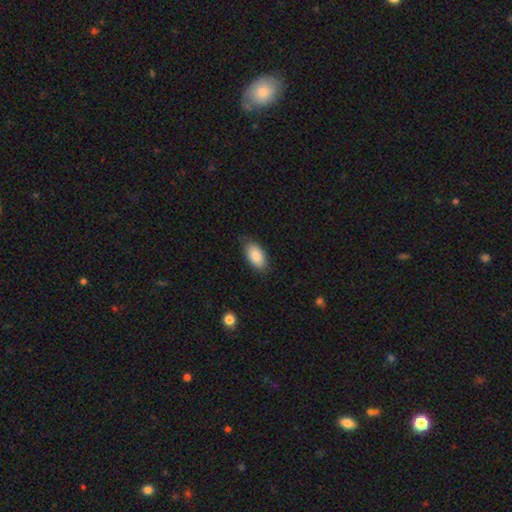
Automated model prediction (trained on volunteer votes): smooth 85%, featured or disk 8%, star or artifact 6%. Down the decision tree: how rounded — in between (94%); merging — none (78%).